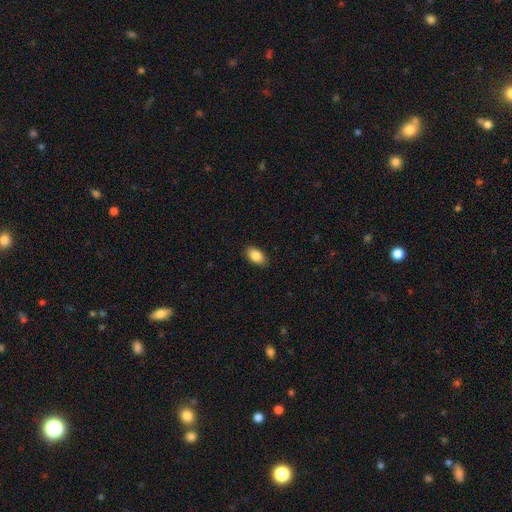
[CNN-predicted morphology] Smooth or featured?
  - smooth: 87% *
  - star or artifact: 7%
  - featured or disk: 6%
How rounded?
  - in between: 92% *
  - round: 6%
  - cigar-shaped: 2%
Merging?
  - none: 89% *
  - minor disturbance: 8%
  - major disturbance: 2%
  - merger: 1%